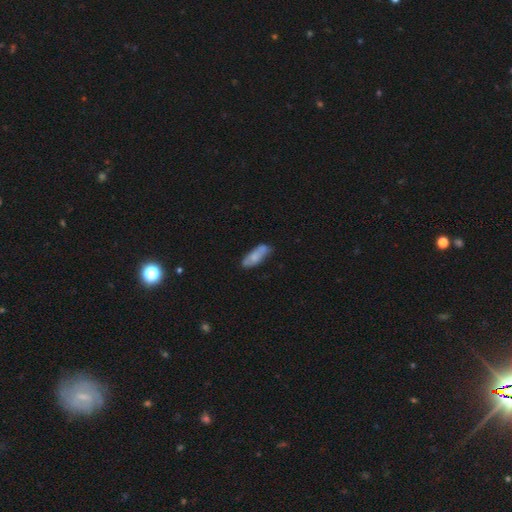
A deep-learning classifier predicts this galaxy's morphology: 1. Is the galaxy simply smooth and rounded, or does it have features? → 69% smooth, 25% featured or disk, 6% star or artifact.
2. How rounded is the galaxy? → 62% in between, 36% cigar-shaped, 2% round.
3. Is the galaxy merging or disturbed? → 67% none, 23% minor disturbance, 5% major disturbance, 4% merger.